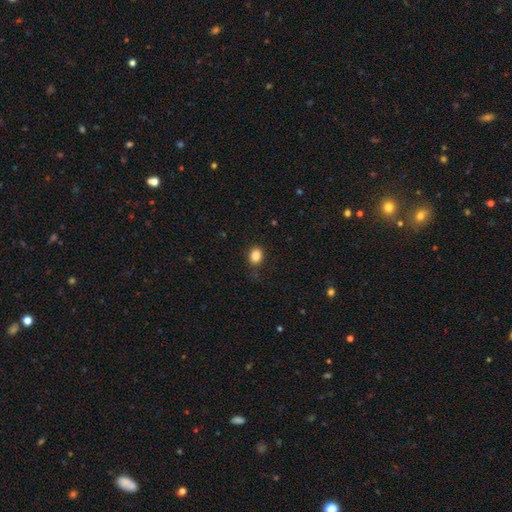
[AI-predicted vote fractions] smooth_or_featured: smooth (p=0.86) [alt: star or artifact p=0.10]
how_rounded: in between (p=0.54) [alt: round p=0.45]
merging: none (p=0.79) [alt: minor disturbance p=0.15]